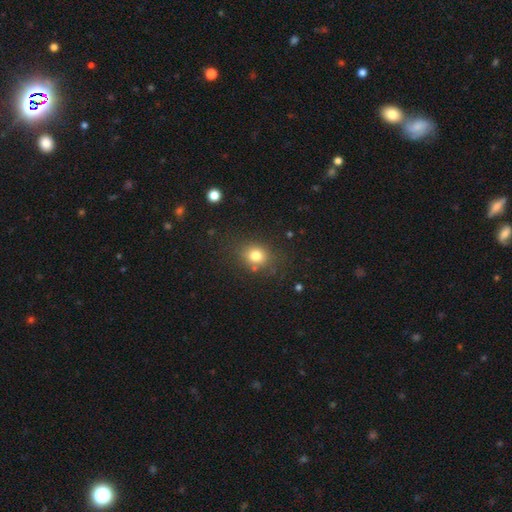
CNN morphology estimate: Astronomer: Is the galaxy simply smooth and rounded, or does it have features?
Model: smooth — 78%.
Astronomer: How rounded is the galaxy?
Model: round — 65%.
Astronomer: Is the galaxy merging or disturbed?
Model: none — 79%.